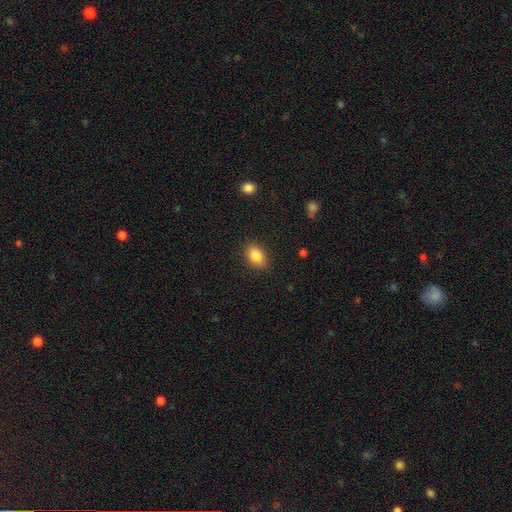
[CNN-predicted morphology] Smooth or featured?
  - smooth: 86% *
  - star or artifact: 8%
  - featured or disk: 6%
How rounded?
  - in between: 82% *
  - round: 17%
  - cigar-shaped: 1%
Merging?
  - none: 88% *
  - minor disturbance: 9%
  - major disturbance: 2%
  - merger: 1%